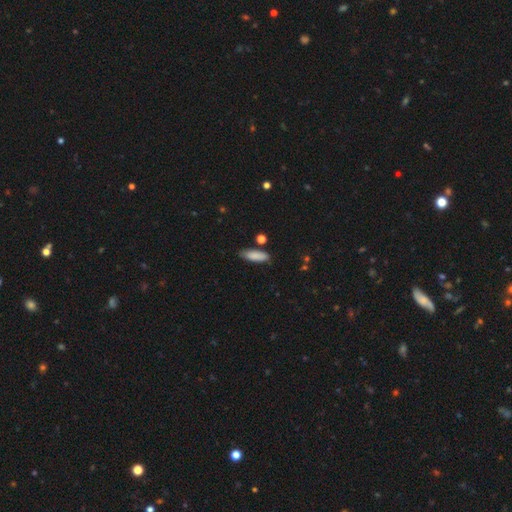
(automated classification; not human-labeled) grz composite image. It shows a smooth galaxy with no disk features (87%) that is in between round and cigar-shaped (59%). Merging: none (80%).